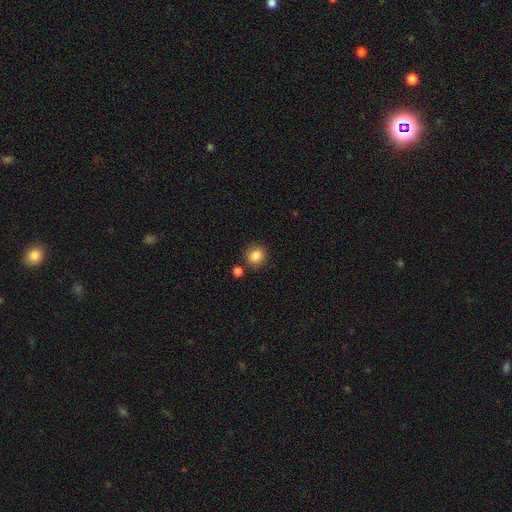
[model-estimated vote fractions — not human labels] Smooth or featured: smooth — 86% (star or artifact — 10%)
How rounded: round — 88% (in between — 11%)
Merging: none — 82% (minor disturbance — 9%)